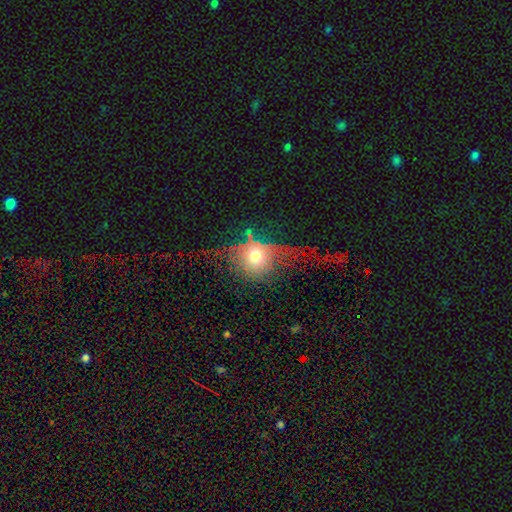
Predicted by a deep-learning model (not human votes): Smooth or featured? Predicted: smooth (p=0.66). How rounded? Predicted: round (p=0.81). Merging? Predicted: none (p=0.47).